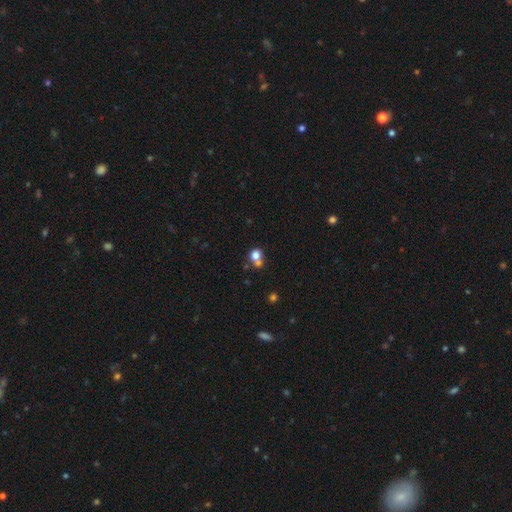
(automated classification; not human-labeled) Q: Smooth or featured?
A: smooth (77%); runner-up: star or artifact (12%)
Q: How rounded?
A: round (76%); runner-up: in between (23%)
Q: Merging?
A: merger (45%); runner-up: none (41%)